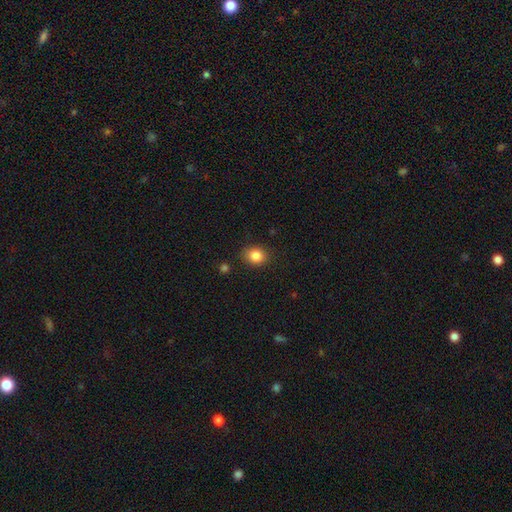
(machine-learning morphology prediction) A smooth galaxy with no disk features (85%) that is round (65%).

Vote fractions:
- Smooth or featured? smooth: 85% / star or artifact: 10% / featured or disk: 5%
- How rounded? round: 65% / in between: 34% / cigar-shaped: 1%
- Merging? none: 84% / minor disturbance: 11% / major disturbance: 3% / merger: 2%